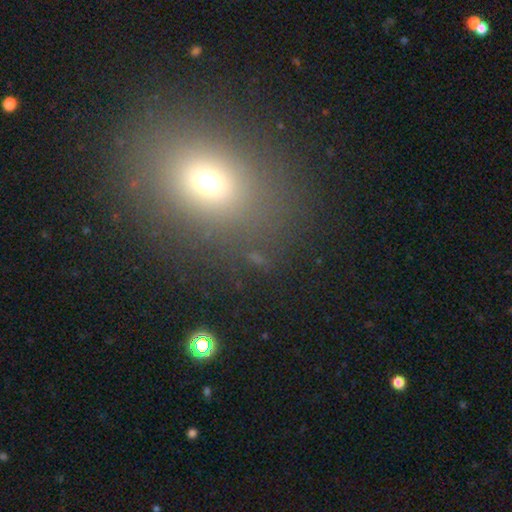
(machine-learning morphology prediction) This is possibly a smooth galaxy (56%). How rounded: possibly round (57%). Merging: likely none (78%).